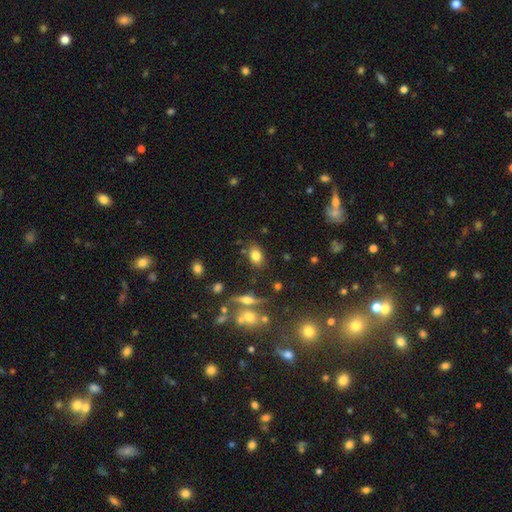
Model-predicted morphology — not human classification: This appears to be a smooth galaxy with no disk features (77%) that is in between round and cigar-shaped (77%). Merging: none (79%).